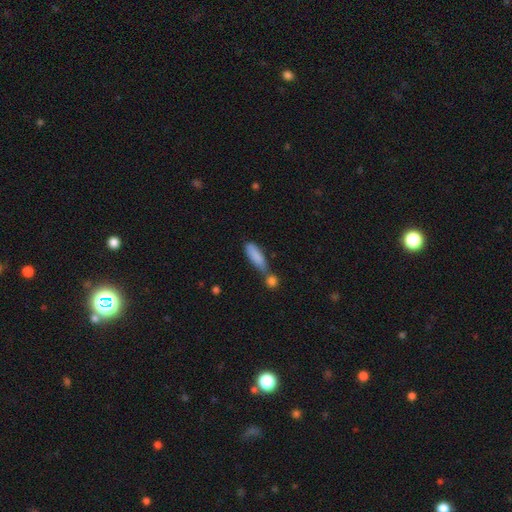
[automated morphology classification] smooth_or_featured: smooth (p=0.83) [alt: featured or disk p=0.10]
how_rounded: cigar-shaped (p=0.51) [alt: in between p=0.47]
merging: merger (p=0.40) [alt: none p=0.37]